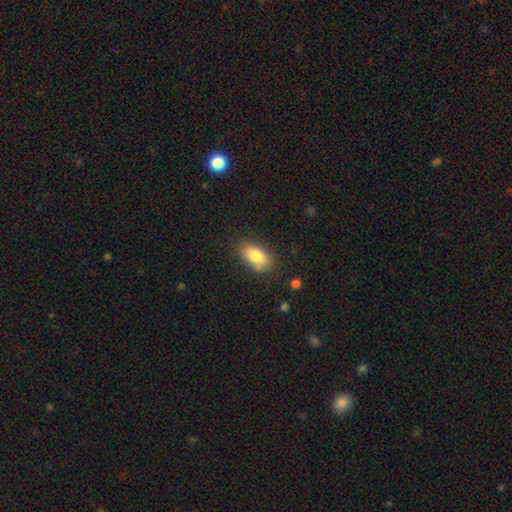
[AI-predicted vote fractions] A smooth galaxy with no disk features (82%) that is in between round and cigar-shaped (91%).

Vote fractions:
- Smooth or featured? smooth: 82% / featured or disk: 11% / star or artifact: 7%
- How rounded? in between: 91% / round: 5% / cigar-shaped: 4%
- Merging? none: 77% / minor disturbance: 16% / major disturbance: 4% / merger: 3%